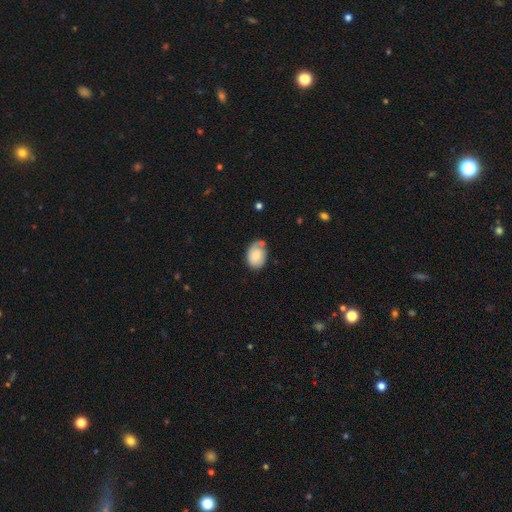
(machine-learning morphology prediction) A smooth galaxy with no disk features (77%) that is in between round and cigar-shaped (77%).

Vote fractions:
- Smooth or featured? smooth: 77% / featured or disk: 16% / star or artifact: 7%
- How rounded? in between: 77% / round: 22% / cigar-shaped: 1%
- Merging? none: 56% / minor disturbance: 28% / merger: 9% / major disturbance: 7%